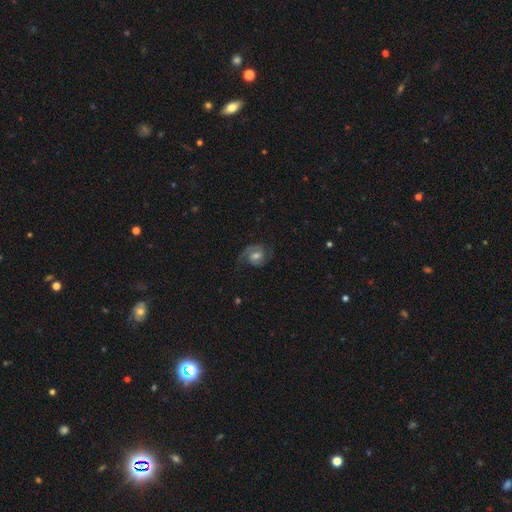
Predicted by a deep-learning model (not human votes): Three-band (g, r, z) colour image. It shows a featured or disk galaxy (80%) with no bar (54%), 2 (83%) medium (48%) spiral arms (96%) and a moderate central bulge (62%). Merging: none (73%).